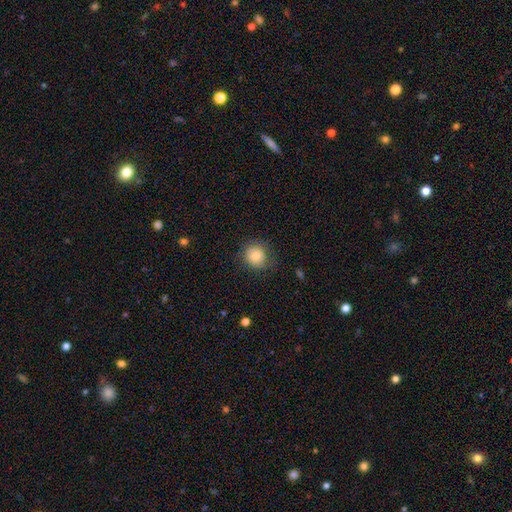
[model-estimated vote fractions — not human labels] The model was most divided on "merging": none: 77%, minor disturbance: 17%, major disturbance: 6%, merger: 1%. More confident: how rounded — round (83%); smooth or featured — smooth (77%).